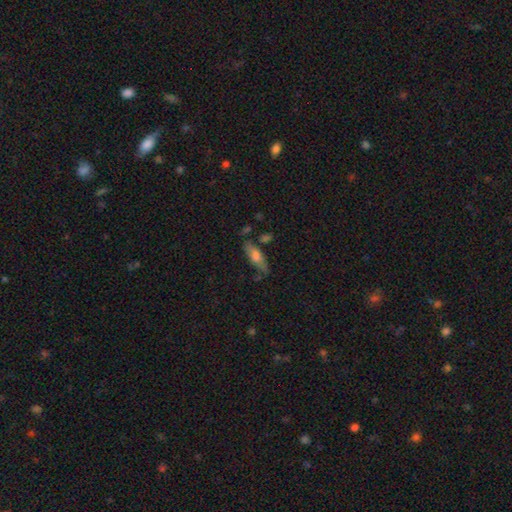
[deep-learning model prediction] This is likely a smooth galaxy (64%). How rounded: possibly in between (58%). Merging: likely none (69%).